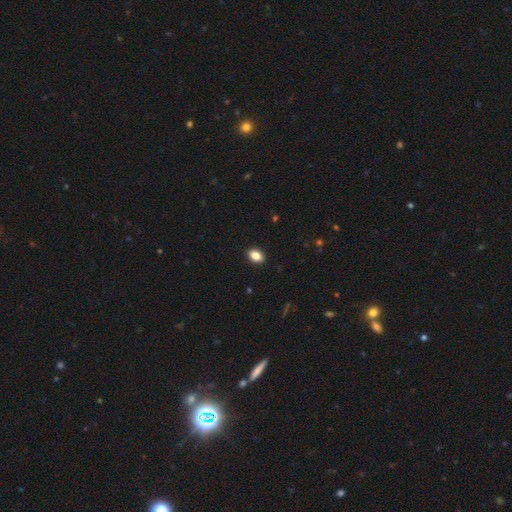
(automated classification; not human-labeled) Overall: smooth (85%). How rounded: in between (82%). Merging: none (90%).